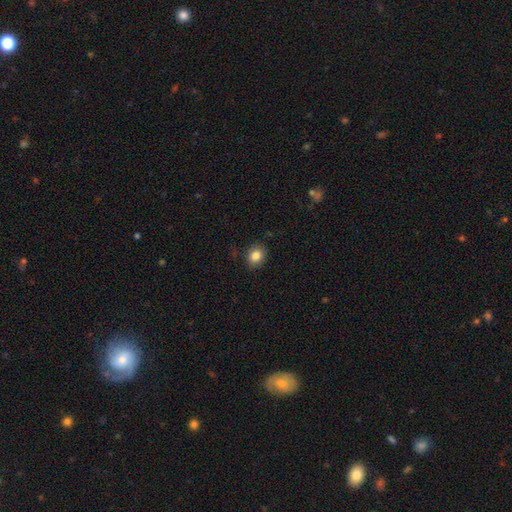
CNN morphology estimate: smooth 84%, star or artifact 10%, featured or disk 6%. Down the decision tree: how rounded — round (59%); merging — none (86%).